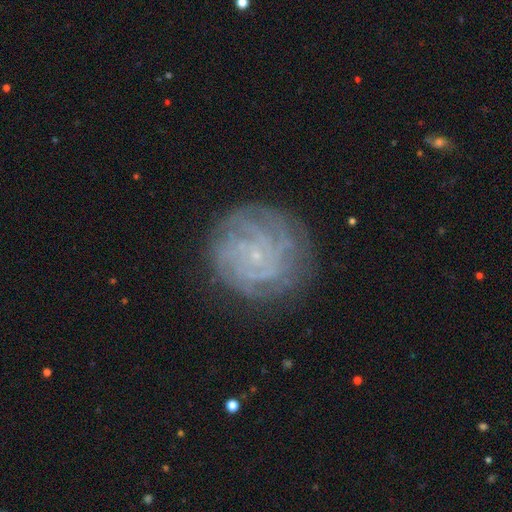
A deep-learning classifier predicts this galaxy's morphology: A featured or disk galaxy (80%) with no bar (76%), tight (80%) spiral arms (95%) and a small central bulge (87%).

Vote fractions:
- Smooth or featured? featured or disk: 80% / smooth: 11% / star or artifact: 9%
- Edge-on disk? no: 97% / yes: 3%
- Bar? no: 76% / weak: 18% / strong: 5%
- Spiral arms? yes: 95% / no: 5%
- Spiral winding? tight: 80% / medium: 16% / loose: 3%
- Spiral arm count? can't tell: 31% / 4: 21% / more than 4: 17% / 3: 13% / 2: 10% / 1: 8%
- Bulge size? small: 87% / none: 5% / moderate: 5% / large: 1% / dominant: 1%
- Merging? none: 80% / minor disturbance: 13% / major disturbance: 5% / merger: 1%